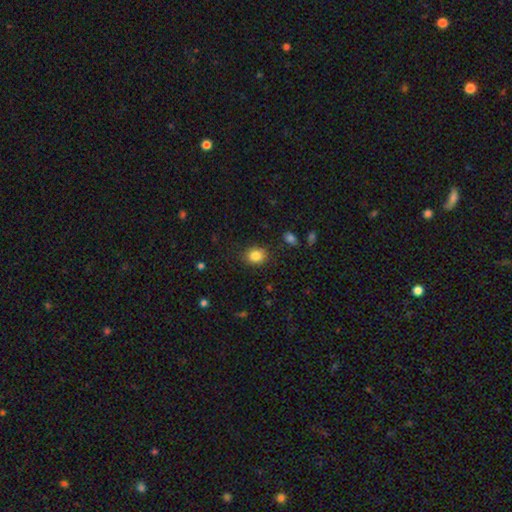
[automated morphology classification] Smooth or featured? Predicted: smooth (p=0.84). How rounded? Predicted: round (p=0.58). Merging? Predicted: none (p=0.86).